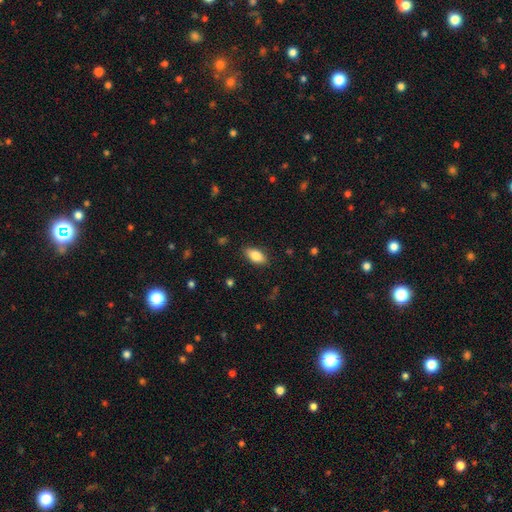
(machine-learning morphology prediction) Q: Smooth or featured?
A: smooth (79%); runner-up: featured or disk (14%)
Q: How rounded?
A: in between (88%); runner-up: cigar-shaped (8%)
Q: Merging?
A: none (86%); runner-up: minor disturbance (10%)